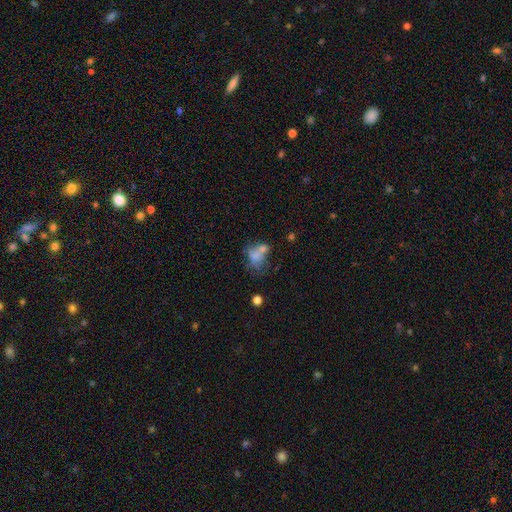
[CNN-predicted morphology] smooth_or_featured: smooth (p=0.55) [alt: featured or disk p=0.31]
how_rounded: in between (p=0.67) [alt: round p=0.31]
merging: merger (p=0.45) [alt: none p=0.23]